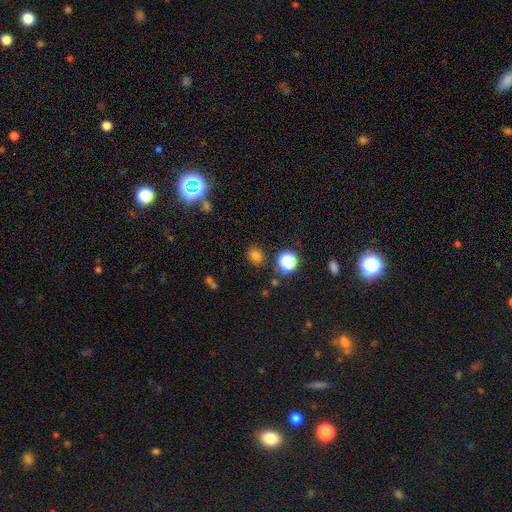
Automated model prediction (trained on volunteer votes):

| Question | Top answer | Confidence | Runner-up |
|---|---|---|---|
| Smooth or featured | smooth | 73% | star or artifact (21%) |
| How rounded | round | 66% | in between (33%) |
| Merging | none | 84% | minor disturbance (9%) |